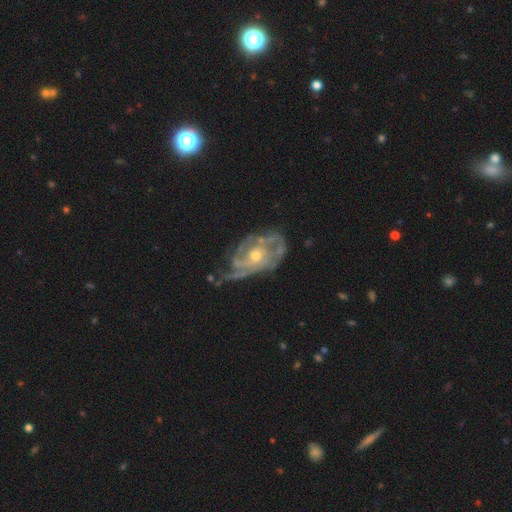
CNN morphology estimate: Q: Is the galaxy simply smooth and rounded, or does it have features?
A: featured or disk — 89%.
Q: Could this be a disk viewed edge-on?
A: no — 96%.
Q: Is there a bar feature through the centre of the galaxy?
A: no — 73%.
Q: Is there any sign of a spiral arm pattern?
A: yes — 95%.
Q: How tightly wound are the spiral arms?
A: tight — 57%.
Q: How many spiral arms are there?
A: can't tell — 27%.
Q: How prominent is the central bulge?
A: moderate — 54%.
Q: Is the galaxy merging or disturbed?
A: none — 53%.